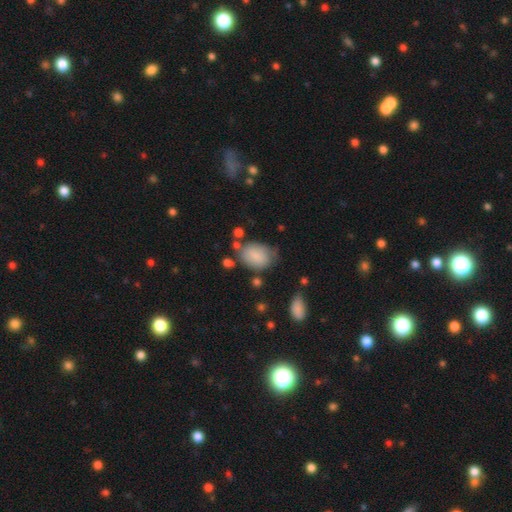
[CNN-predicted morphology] smooth_or_featured: smooth (p=0.79) [alt: featured or disk p=0.13]
how_rounded: in between (p=0.71) [alt: round p=0.28]
merging: none (p=0.58) [alt: minor disturbance p=0.27]